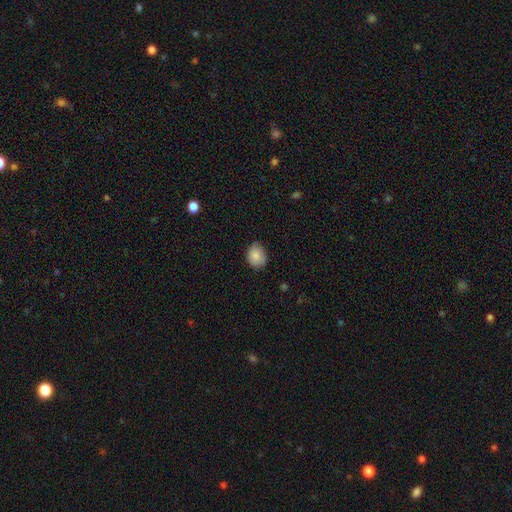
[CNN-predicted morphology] smooth_or_featured: smooth (p=0.85) [alt: star or artifact p=0.08]
how_rounded: round (p=0.51) [alt: in between p=0.49]
merging: none (p=0.70) [alt: minor disturbance p=0.25]